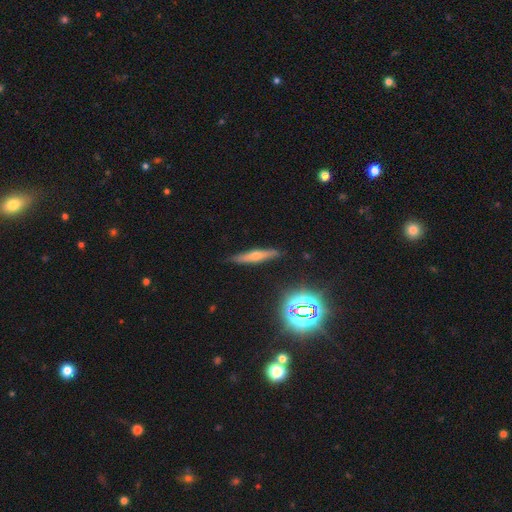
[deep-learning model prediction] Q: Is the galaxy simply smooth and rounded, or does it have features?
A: featured or disk — 45%.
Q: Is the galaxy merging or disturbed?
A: none — 87%.